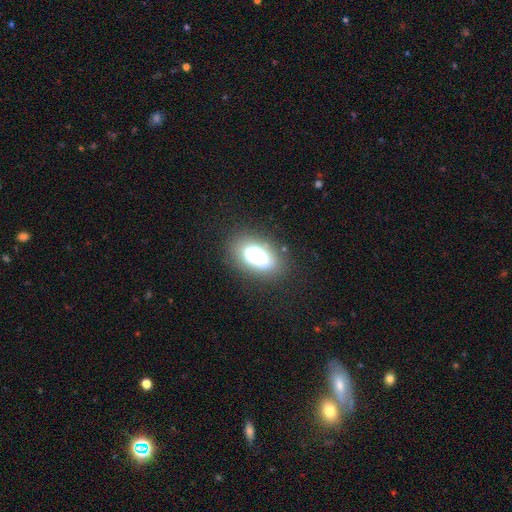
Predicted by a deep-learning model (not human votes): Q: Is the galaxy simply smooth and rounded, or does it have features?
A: smooth — 53%.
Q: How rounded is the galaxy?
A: in between — 85%.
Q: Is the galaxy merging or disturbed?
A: none — 72%.